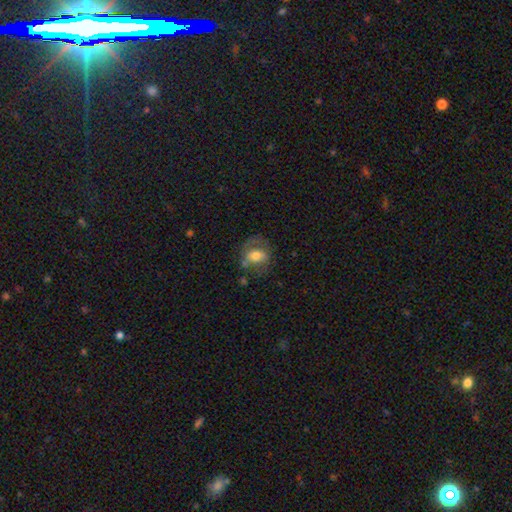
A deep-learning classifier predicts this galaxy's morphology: Smooth or featured? Predicted: smooth (p=0.54). How rounded? Predicted: round (p=0.50). Merging? Predicted: none (p=0.51).